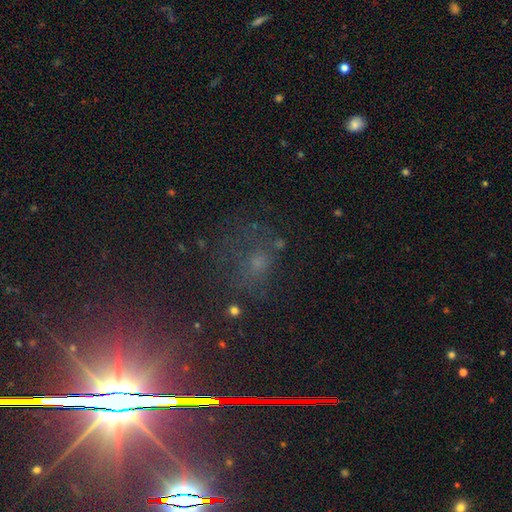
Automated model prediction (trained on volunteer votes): Smooth or featured: star or artifact — 43% (smooth — 37%)